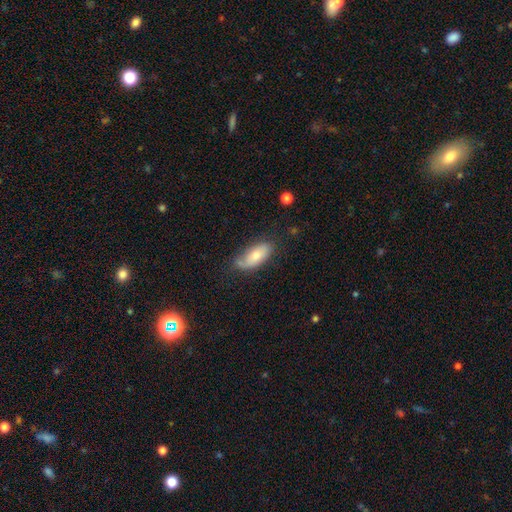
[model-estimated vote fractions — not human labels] A smooth galaxy with no disk features (71%) that is in between round and cigar-shaped (85%). Merging: none (58%).